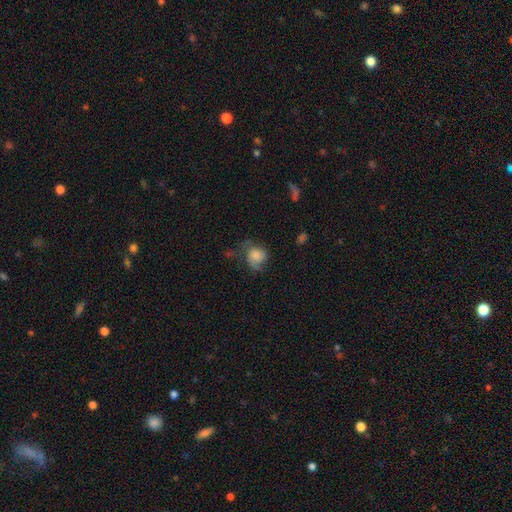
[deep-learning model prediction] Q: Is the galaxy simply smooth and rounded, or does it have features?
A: smooth — 64%.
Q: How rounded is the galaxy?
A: round — 66%.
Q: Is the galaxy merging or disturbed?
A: none — 38%.